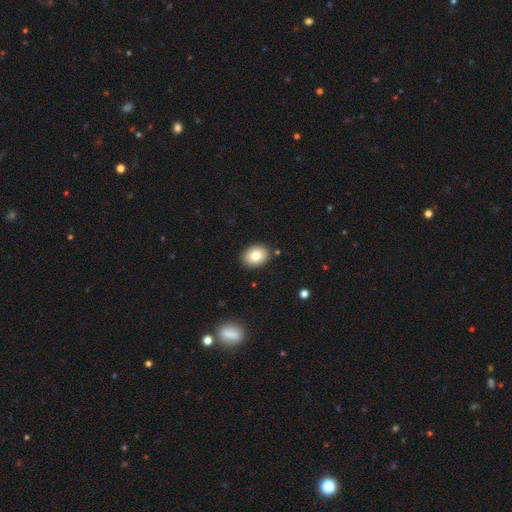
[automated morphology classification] Smooth or featured: smooth — 81% (featured or disk — 11%)
How rounded: in between — 57% (round — 42%)
Merging: none — 88% (minor disturbance — 8%)